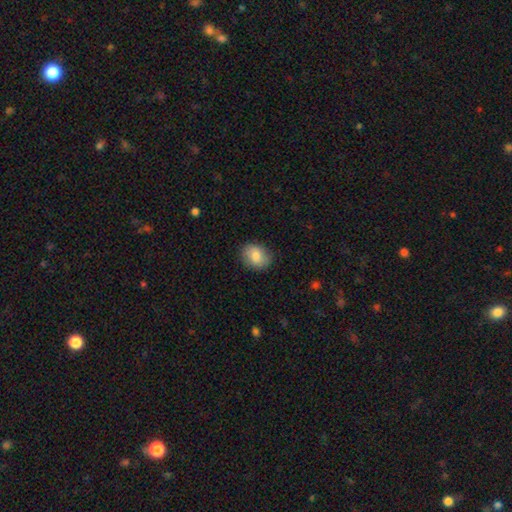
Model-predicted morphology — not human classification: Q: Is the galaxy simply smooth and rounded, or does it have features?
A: smooth — 80%.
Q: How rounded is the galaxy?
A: in between — 50%.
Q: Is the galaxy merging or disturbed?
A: none — 83%.